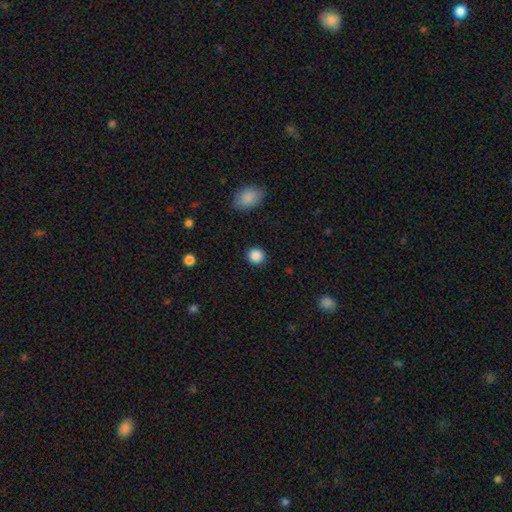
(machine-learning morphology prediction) type=smooth (87%); roundness=round (90%); merging=none (90%).